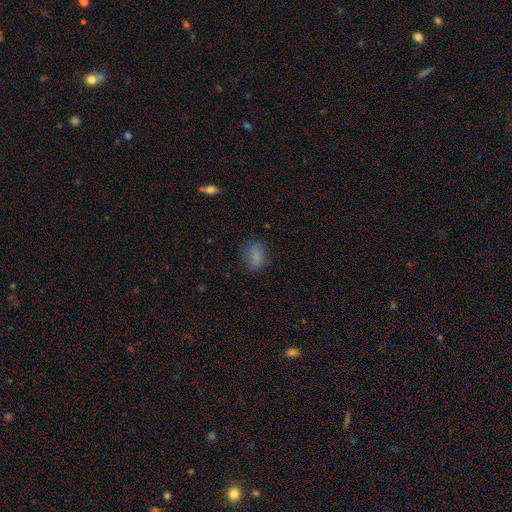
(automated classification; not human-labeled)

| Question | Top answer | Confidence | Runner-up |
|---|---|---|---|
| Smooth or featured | smooth | 77% | star or artifact (12%) |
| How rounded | in between | 62% | round (36%) |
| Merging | none | 77% | minor disturbance (16%) |